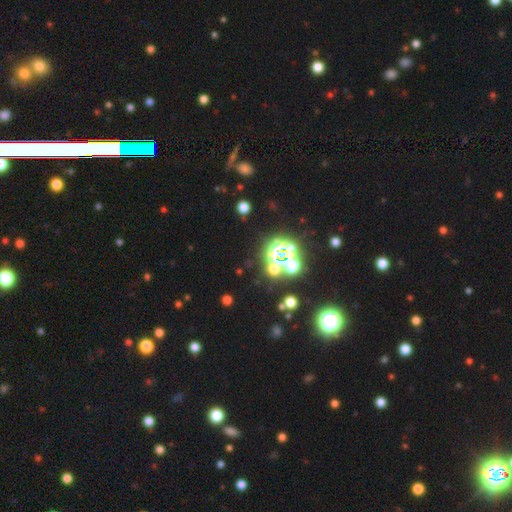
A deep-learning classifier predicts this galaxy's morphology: Overall: star or artifact (76%).